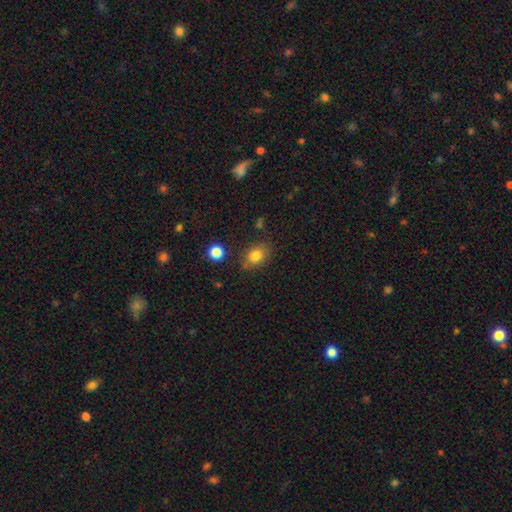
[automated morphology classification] The model was most divided on "how rounded": in between: 59%, round: 40%, cigar-shaped: 1%. More confident: smooth or featured — smooth (82%); merging — none (77%).